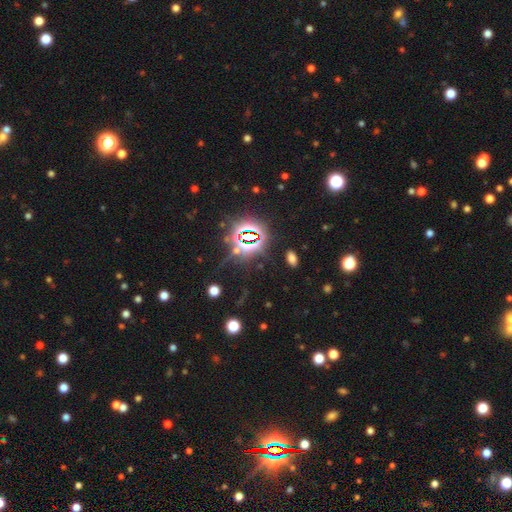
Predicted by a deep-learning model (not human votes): A star or artifact, not a galaxy (83%).

Vote fractions:
- Smooth or featured? star or artifact: 83% / smooth: 10% / featured or disk: 7%